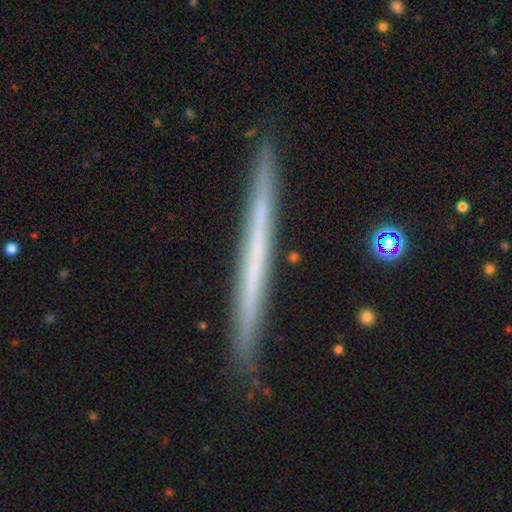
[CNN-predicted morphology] Smooth or featured? featured or disk (57%)
Edge-on disk? yes (97%)
Edge-on bulge? none (94%)
Merging? none (89%)